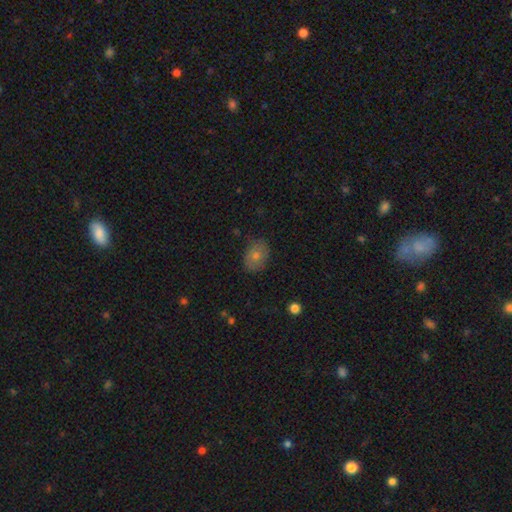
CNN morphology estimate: The model was most divided on "how rounded": in between: 69%, round: 29%, cigar-shaped: 1%. More confident: merging — none (81%); smooth or featured — smooth (70%).